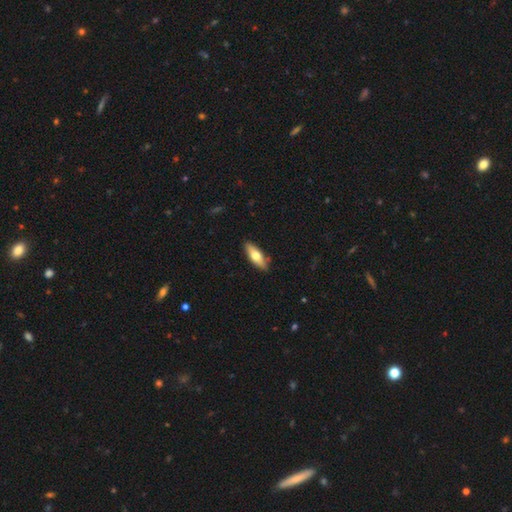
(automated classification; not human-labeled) Morphology: type=smooth (62%); roundness=in between (62%); merging=none (87%).